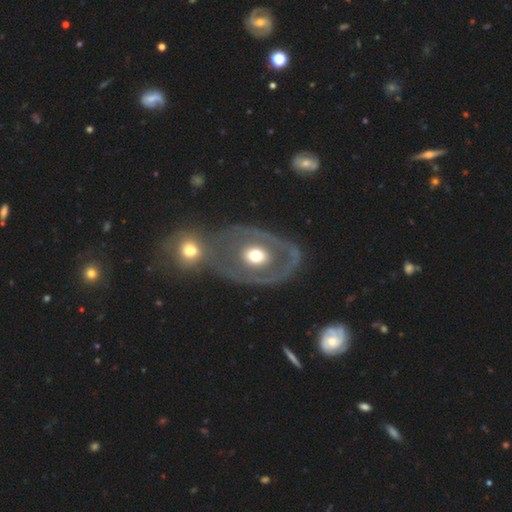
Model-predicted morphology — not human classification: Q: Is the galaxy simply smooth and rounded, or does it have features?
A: featured or disk — 60%.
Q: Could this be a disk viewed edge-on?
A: no — 93%.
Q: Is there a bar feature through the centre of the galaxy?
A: no — 85%.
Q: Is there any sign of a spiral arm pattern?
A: no — 78%.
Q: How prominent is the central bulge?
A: moderate — 66%.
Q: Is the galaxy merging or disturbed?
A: none — 49%.